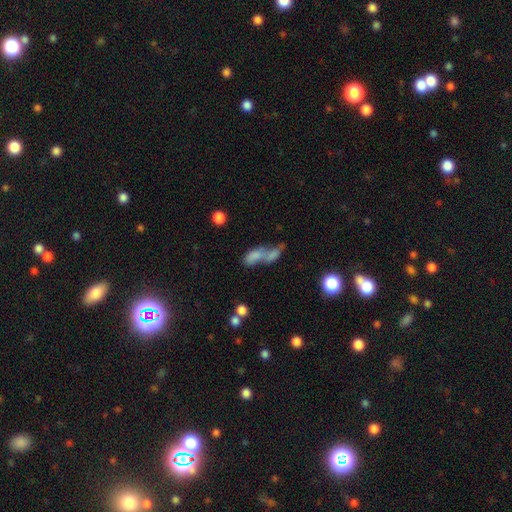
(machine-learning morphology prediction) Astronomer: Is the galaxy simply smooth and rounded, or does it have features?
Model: smooth — 67%.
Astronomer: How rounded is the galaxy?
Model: in between — 75%.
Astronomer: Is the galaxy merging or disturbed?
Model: merger — 67%.